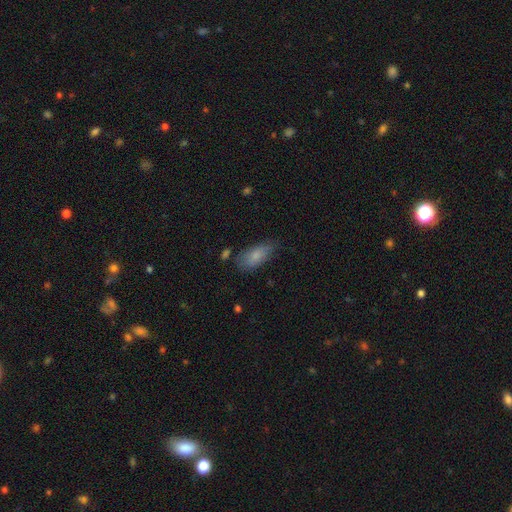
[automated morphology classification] smooth-or-featured: smooth: 82% | featured or disk: 11% | star or artifact: 7%
  how-rounded: in between: 86% | cigar-shaped: 12% | round: 3%
  merging: none: 67% | minor disturbance: 24% | major disturbance: 6% | merger: 4%